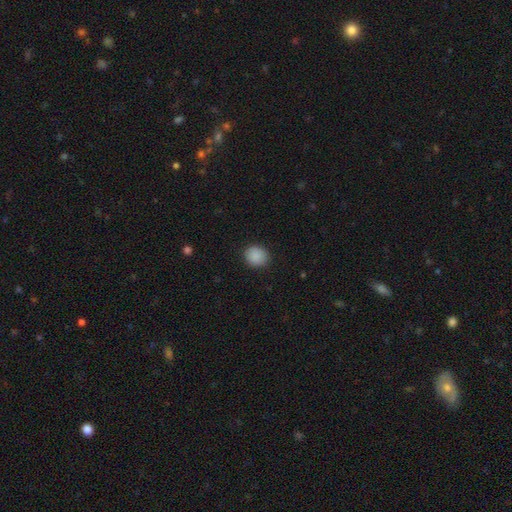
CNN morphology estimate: Smooth or featured: smooth — 89% (star or artifact — 9%)
How rounded: round — 81% (in between — 18%)
Merging: none — 89% (minor disturbance — 8%)